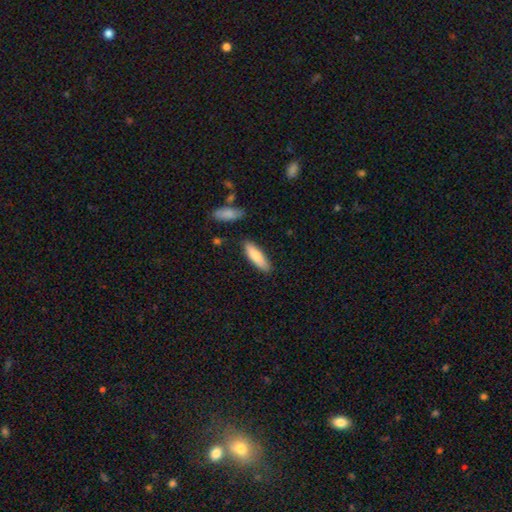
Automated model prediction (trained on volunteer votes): Smooth or featured: smooth — 83% (featured or disk — 11%)
How rounded: cigar-shaped — 52% (in between — 46%)
Merging: none — 84% (minor disturbance — 11%)